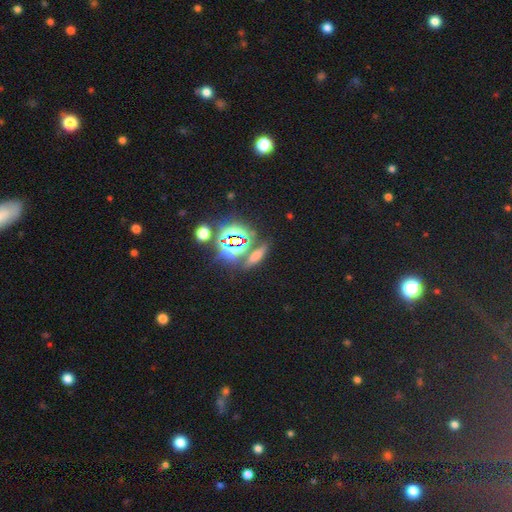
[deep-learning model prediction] Overall: star or artifact (44%; smooth 41%).